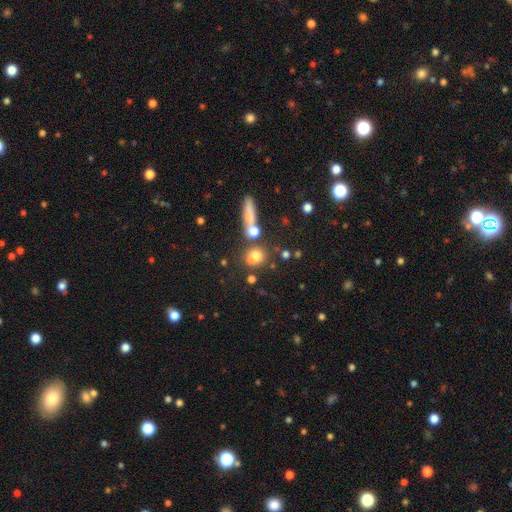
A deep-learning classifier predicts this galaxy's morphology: Smooth or featured? smooth (65%)
How rounded? round (76%)
Merging? none (51%)